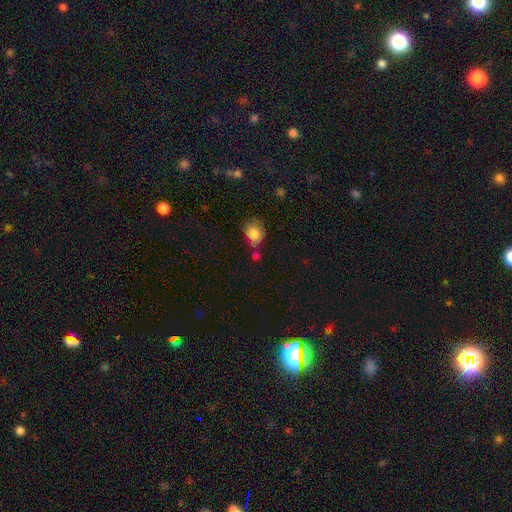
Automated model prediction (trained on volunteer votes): Q: Smooth or featured?
A: smooth (77%); runner-up: star or artifact (11%)
Q: How rounded?
A: round (58%); runner-up: in between (40%)
Q: Merging?
A: none (52%); runner-up: minor disturbance (23%)